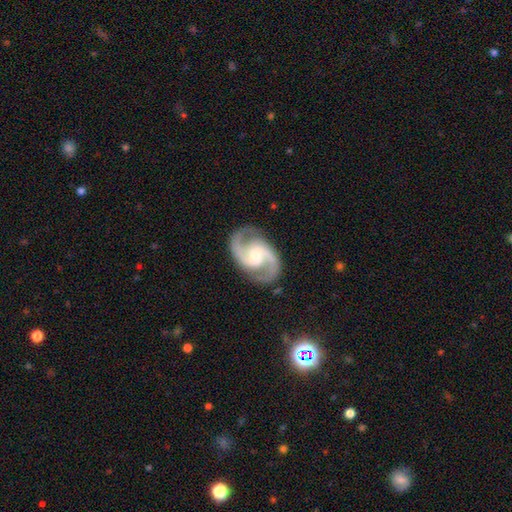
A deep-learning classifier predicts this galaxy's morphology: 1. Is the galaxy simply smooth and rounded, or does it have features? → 93% featured or disk, 4% star or artifact, 3% smooth.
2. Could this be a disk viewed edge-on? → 98% no, 2% yes.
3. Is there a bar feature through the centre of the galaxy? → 51% weak, 31% no, 18% strong.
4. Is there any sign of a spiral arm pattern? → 98% yes, 2% no.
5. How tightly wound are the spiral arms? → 65% medium, 19% loose, 16% tight.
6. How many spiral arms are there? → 94% 2, 2% 3, 1% can't tell, 1% 1, 1% 4, 1% more than 4.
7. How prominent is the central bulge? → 45% moderate, 44% small, 5% none, 5% large, 1% dominant.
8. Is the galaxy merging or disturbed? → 85% none, 10% minor disturbance, 3% major disturbance, 1% merger.